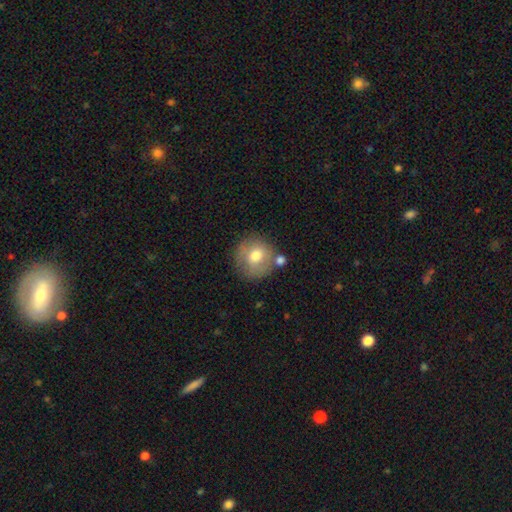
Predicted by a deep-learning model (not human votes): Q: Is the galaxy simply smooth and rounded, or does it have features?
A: smooth — 70%.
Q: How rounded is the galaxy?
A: round — 90%.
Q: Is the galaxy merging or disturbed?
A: none — 71%.